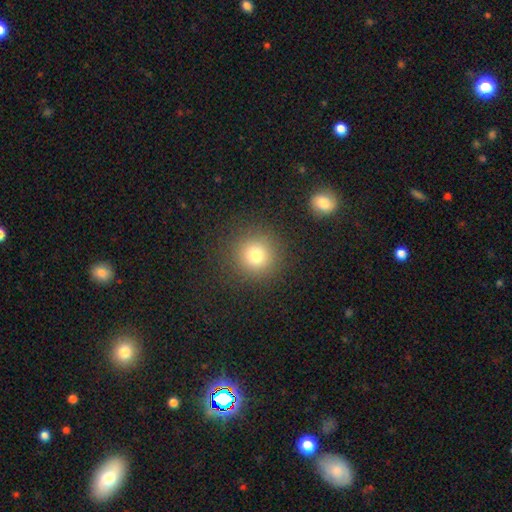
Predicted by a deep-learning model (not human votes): Smooth or featured: smooth — 76% (star or artifact — 15%)
How rounded: round — 94% (in between — 5%)
Merging: none — 90% (minor disturbance — 6%)